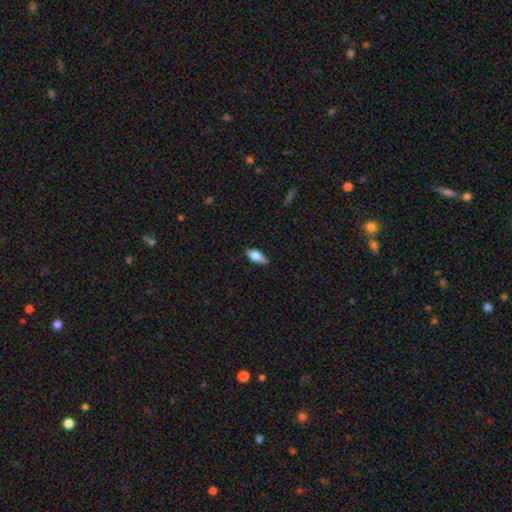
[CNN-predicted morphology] smooth 59%, featured or disk 33%, star or artifact 8%. Down the decision tree: how rounded — in between (77%); merging — none (76%).